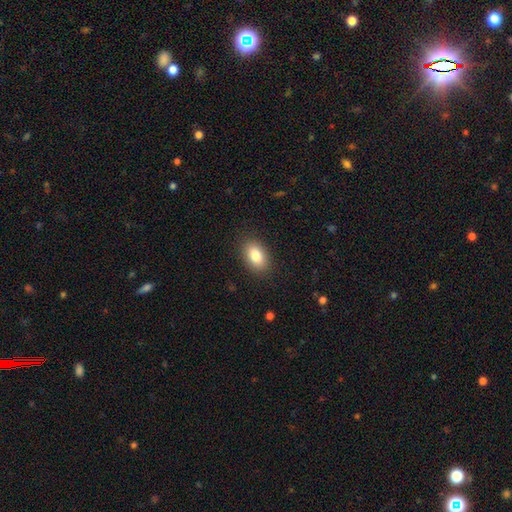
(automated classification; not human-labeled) A smooth galaxy with no disk features (84%) that is in between round and cigar-shaped (89%).

Vote fractions:
- Smooth or featured? smooth: 84% / featured or disk: 9% / star or artifact: 8%
- How rounded? in between: 89% / round: 9% / cigar-shaped: 2%
- Merging? none: 88% / minor disturbance: 9% / major disturbance: 3% / merger: 1%